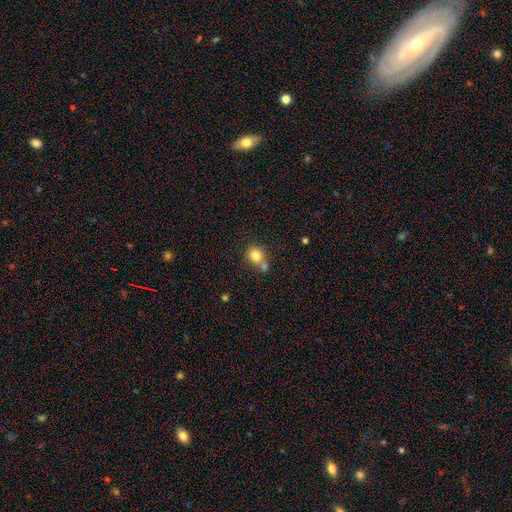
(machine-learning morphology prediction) smooth-or-featured: smooth: 80% | star or artifact: 10% | featured or disk: 10%
  how-rounded: round: 73% | in between: 26% | cigar-shaped: 1%
  merging: none: 48% | merger: 36% | minor disturbance: 12% | major disturbance: 4%